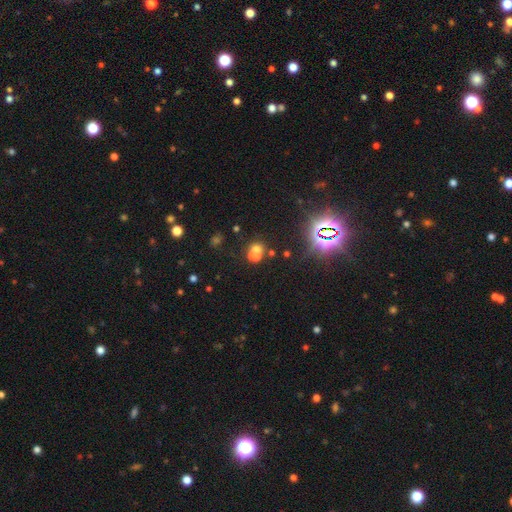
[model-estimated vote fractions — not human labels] Smooth or featured: smooth — 52% (star or artifact — 27%)
How rounded: round — 69% (in between — 30%)
Merging: merger — 57% (none — 32%)